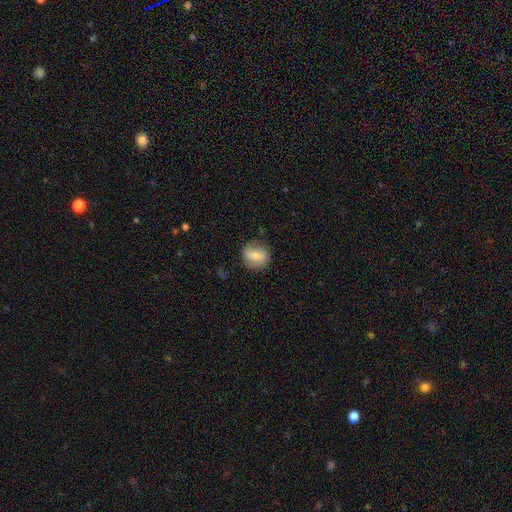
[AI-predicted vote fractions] The model was most divided on "smooth or featured": smooth: 52%, featured or disk: 41%, star or artifact: 8%. More confident: merging — none (75%); how rounded — round (74%).